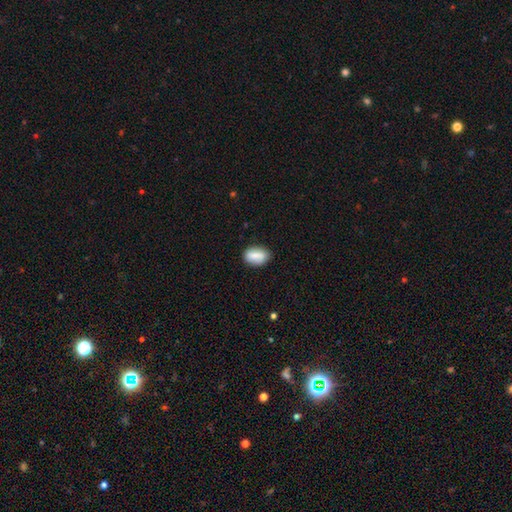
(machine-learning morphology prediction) The model was most divided on "merging": none: 80%, minor disturbance: 15%, major disturbance: 3%, merger: 2%. More confident: how rounded — in between (85%); smooth or featured — smooth (80%).